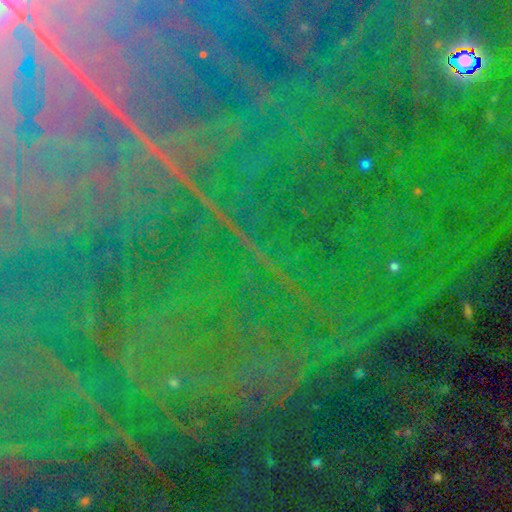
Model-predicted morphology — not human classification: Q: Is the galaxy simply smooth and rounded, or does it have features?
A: star or artifact — 88%.